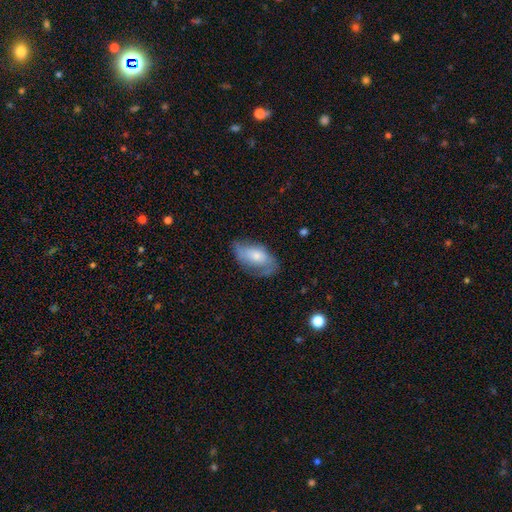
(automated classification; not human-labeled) Q: Smooth or featured?
A: smooth (47%); tied with: featured or disk (47%)
Q: Merging?
A: none (53%); runner-up: minor disturbance (29%)